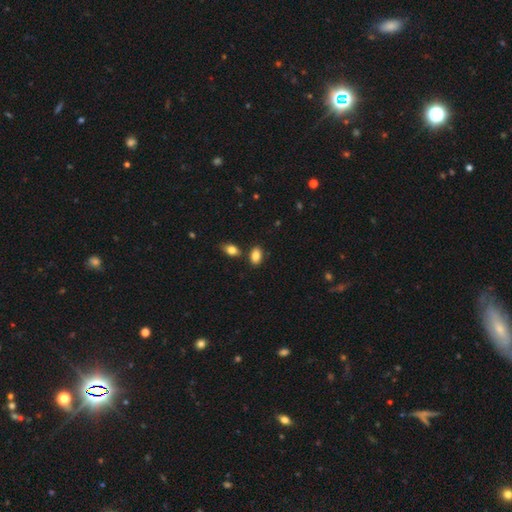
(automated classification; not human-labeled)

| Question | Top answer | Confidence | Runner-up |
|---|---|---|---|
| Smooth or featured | smooth | 86% | star or artifact (8%) |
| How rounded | in between | 89% | round (9%) |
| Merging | none | 76% | minor disturbance (11%) |